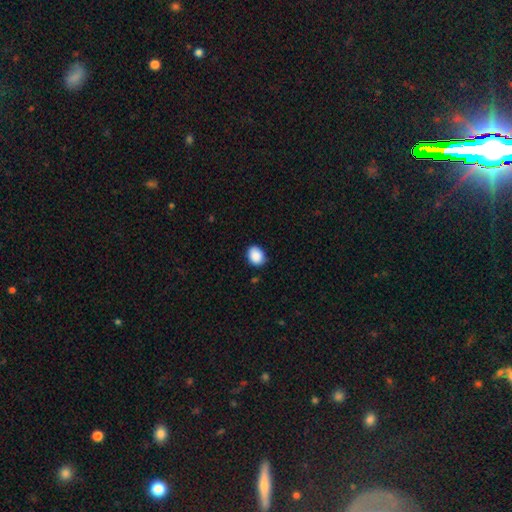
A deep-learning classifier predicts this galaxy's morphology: Smooth or featured? Predicted: smooth (p=0.90). How rounded? Predicted: in between (p=0.60). Merging? Predicted: none (p=0.84).